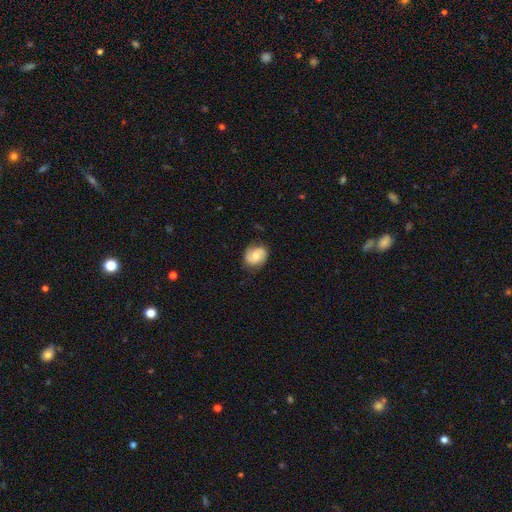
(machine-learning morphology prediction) Smooth or featured: featured or disk — 56% (smooth — 37%)
Edge-on disk: no — 97% (yes — 3%)
Bar: no — 62% (weak — 32%)
Spiral arms: yes — 88% (no — 12%)
Bulge size: moderate — 61% (small — 29%)
Merging: none — 76% (minor disturbance — 18%)